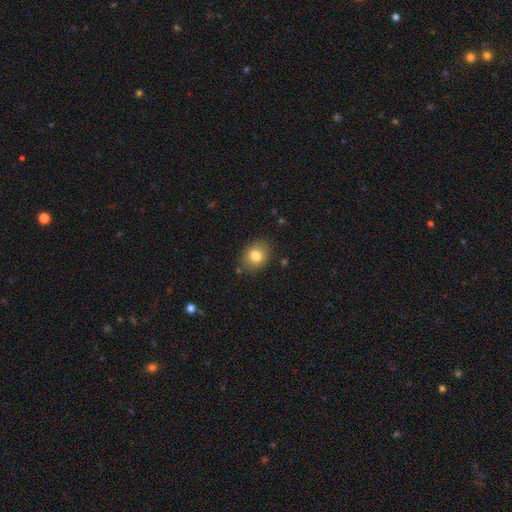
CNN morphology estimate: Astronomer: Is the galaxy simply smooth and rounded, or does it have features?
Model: smooth — 81%.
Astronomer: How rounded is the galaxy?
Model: round — 54% (runner-up: in between, 45%).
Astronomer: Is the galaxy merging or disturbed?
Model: none — 84%.